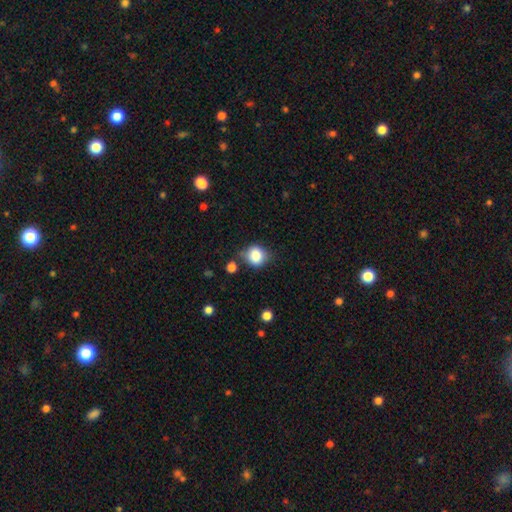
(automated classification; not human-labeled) The model was most divided on "merging": none: 69%, minor disturbance: 19%, merger: 6%, major disturbance: 5%. More confident: smooth or featured — smooth (85%); how rounded — round (80%).